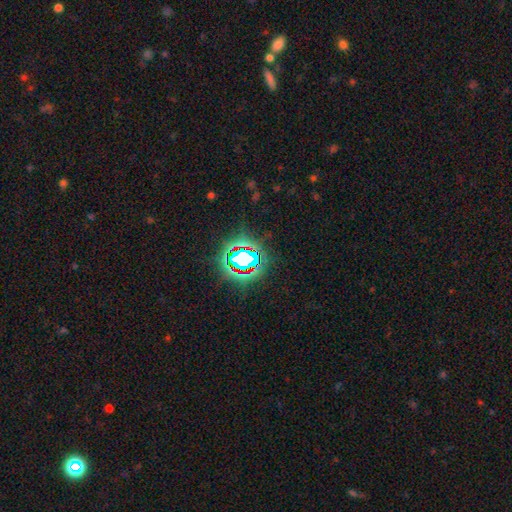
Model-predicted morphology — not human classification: smooth-or-featured: star or artifact: 77% | smooth: 14% | featured or disk: 9%